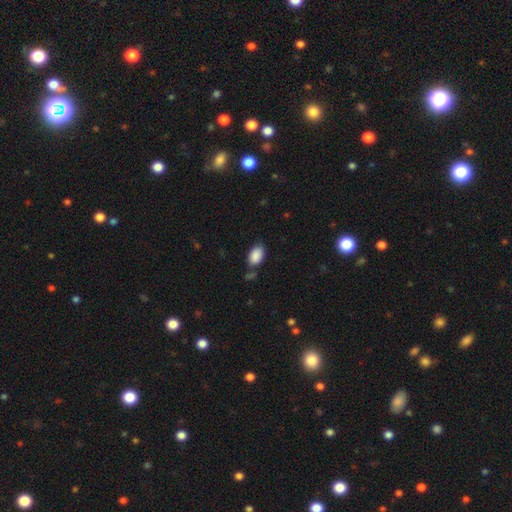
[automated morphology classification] Smooth or featured?
  - smooth: 89% *
  - star or artifact: 7%
  - featured or disk: 4%
How rounded?
  - in between: 90% *
  - round: 9%
  - cigar-shaped: 1%
Merging?
  - none: 71% *
  - minor disturbance: 18%
  - merger: 7%
  - major disturbance: 5%